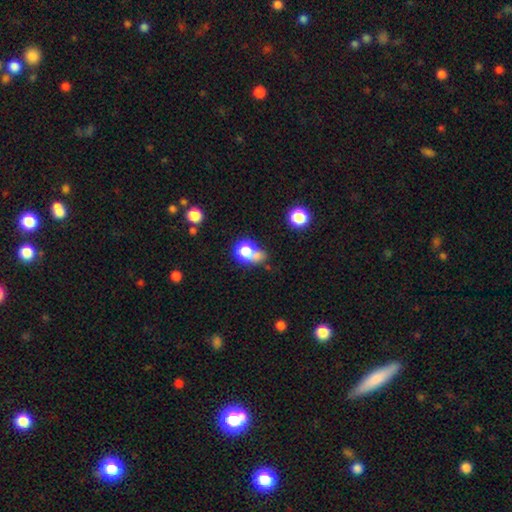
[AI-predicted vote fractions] This is likely a smooth galaxy (72%). How rounded: likely round (66%). Merging: marginally merger (34%, tied with none).